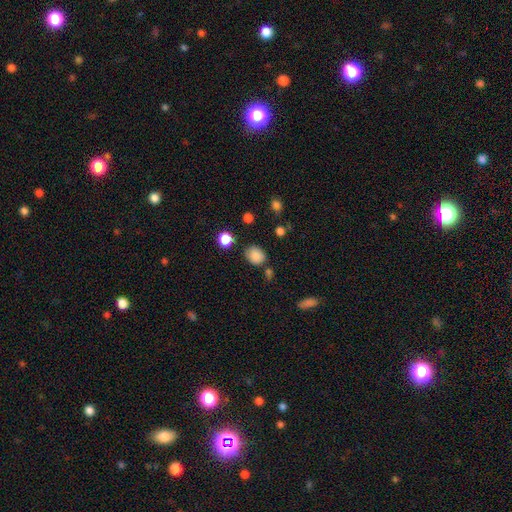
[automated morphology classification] Overall: smooth (84%). How rounded: round (56%; in between 43%). Merging: none (74%).